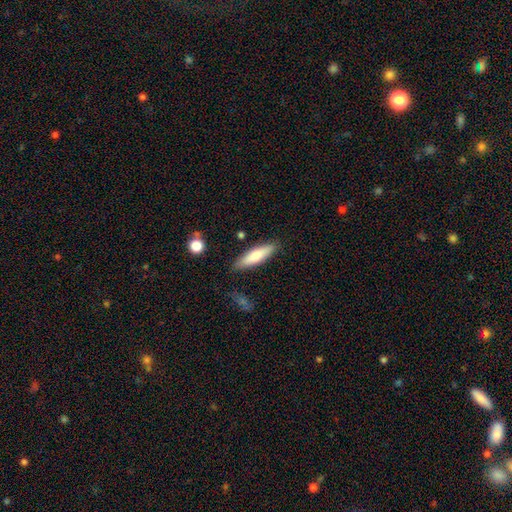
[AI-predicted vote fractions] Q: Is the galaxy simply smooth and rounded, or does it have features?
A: smooth — 74%.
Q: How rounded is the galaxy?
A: cigar-shaped — 64%.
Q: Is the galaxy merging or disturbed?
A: none — 85%.